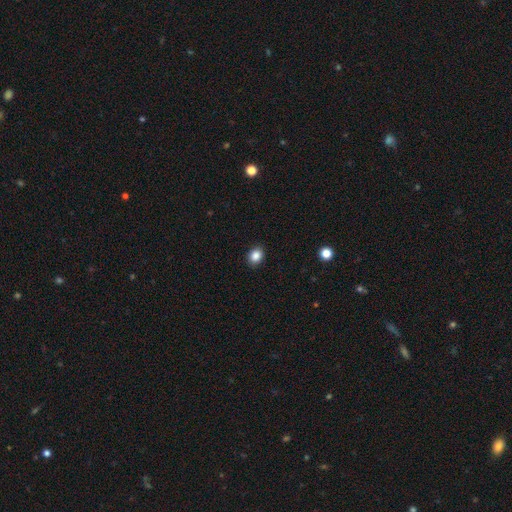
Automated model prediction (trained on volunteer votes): A smooth galaxy with no disk features (86%) that is round (55%).

Vote fractions:
- Smooth or featured? smooth: 86% / star or artifact: 10% / featured or disk: 4%
- How rounded? round: 55% / in between: 44% / cigar-shaped: 1%
- Merging? none: 90% / minor disturbance: 7% / major disturbance: 2% / merger: 1%